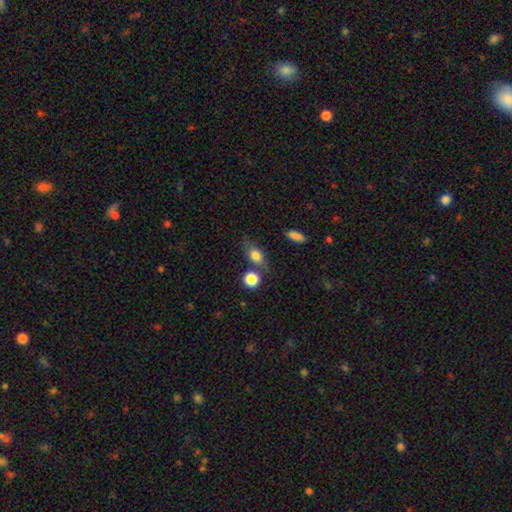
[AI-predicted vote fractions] smooth-or-featured: smooth: 75% | featured or disk: 16% | star or artifact: 9%
  how-rounded: in between: 65% | round: 26% | cigar-shaped: 9%
  merging: none: 61% | minor disturbance: 18% | merger: 15% | major disturbance: 6%